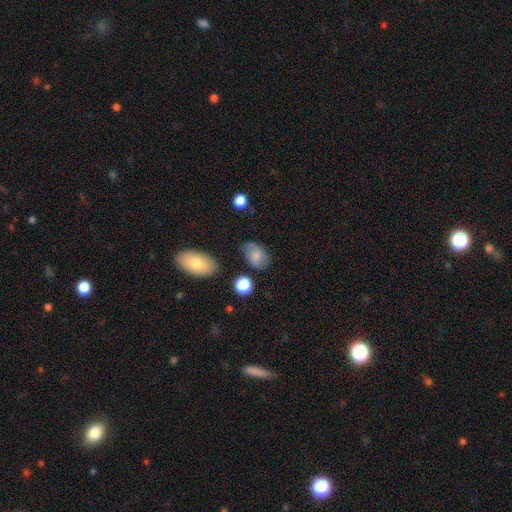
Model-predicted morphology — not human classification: Q: Smooth or featured?
A: smooth (74%); runner-up: featured or disk (17%)
Q: How rounded?
A: in between (82%); runner-up: round (16%)
Q: Merging?
A: none (66%); runner-up: minor disturbance (23%)